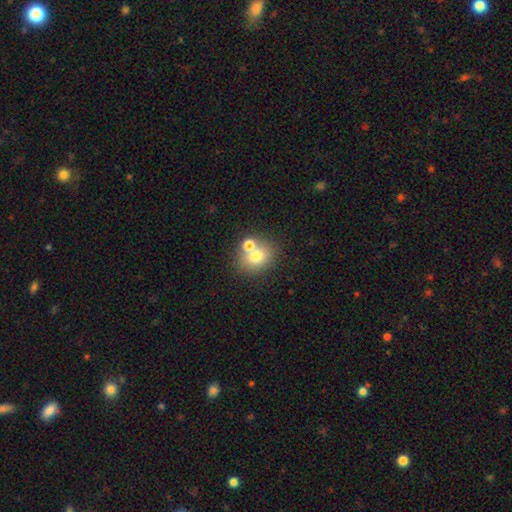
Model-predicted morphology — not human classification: smooth 73%, featured or disk 15%, star or artifact 12%. Down the decision tree: how rounded — round (66%); merging — none (55%).